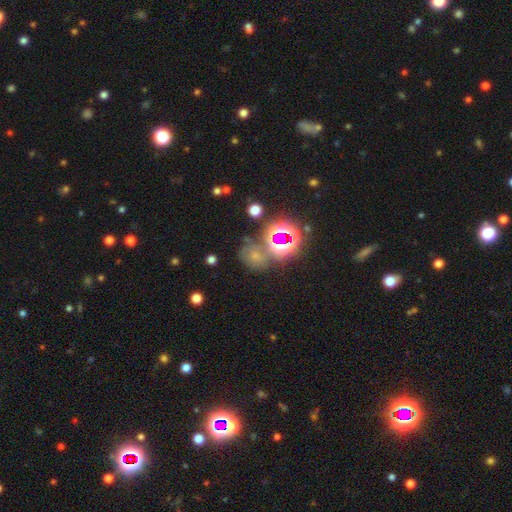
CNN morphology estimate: smooth-or-featured: smooth: 47% | star or artifact: 40% | featured or disk: 13%
  merging: none: 56% | merger: 17% | minor disturbance: 17% | major disturbance: 10%